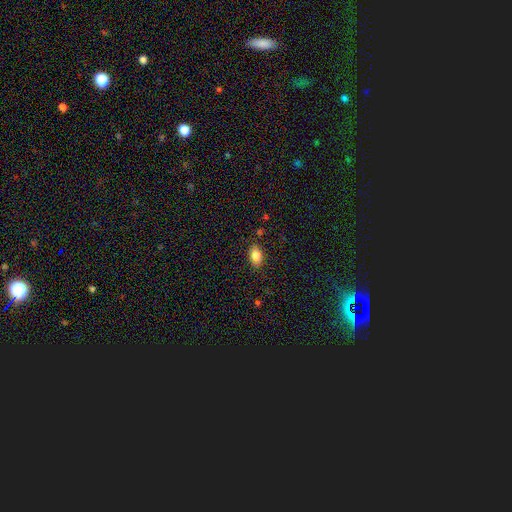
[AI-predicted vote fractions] Smooth or featured: smooth — 85% (star or artifact — 9%)
How rounded: in between — 86% (round — 11%)
Merging: none — 83% (minor disturbance — 12%)